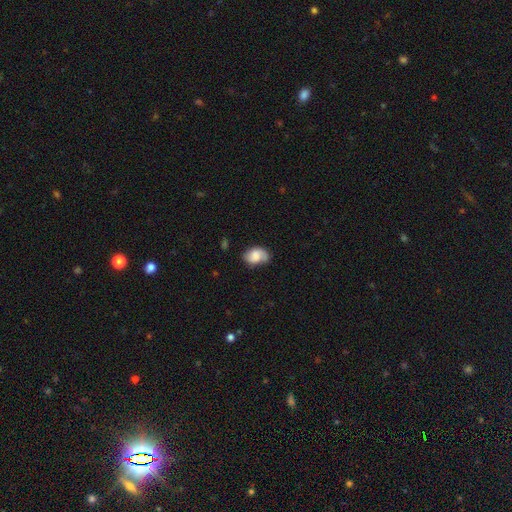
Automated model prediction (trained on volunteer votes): This appears to be a smooth galaxy with no disk features (62%) that is in between round and cigar-shaped (80%). Merging: none (57%).